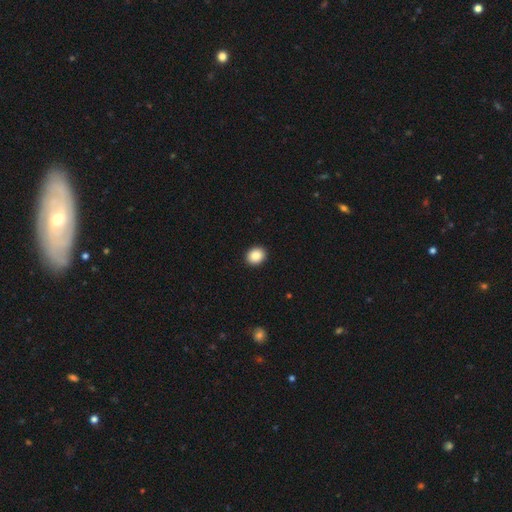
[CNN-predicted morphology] Smooth or featured? smooth (87%)
How rounded? round (61%)
Merging? none (93%)